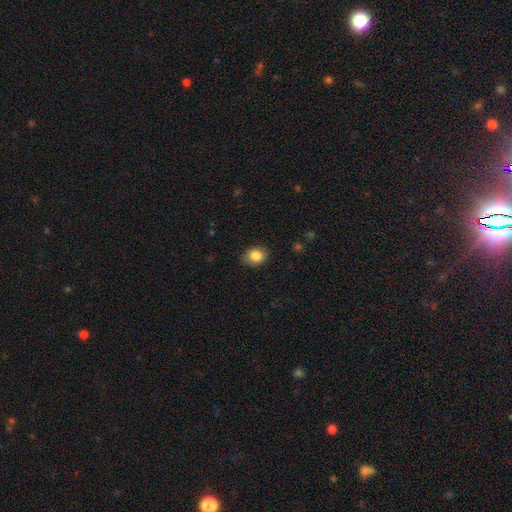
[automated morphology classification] smooth_or_featured: smooth (p=0.84) [alt: star or artifact p=0.08]
how_rounded: in between (p=0.56) [alt: round p=0.43]
merging: none (p=0.84) [alt: minor disturbance p=0.12]